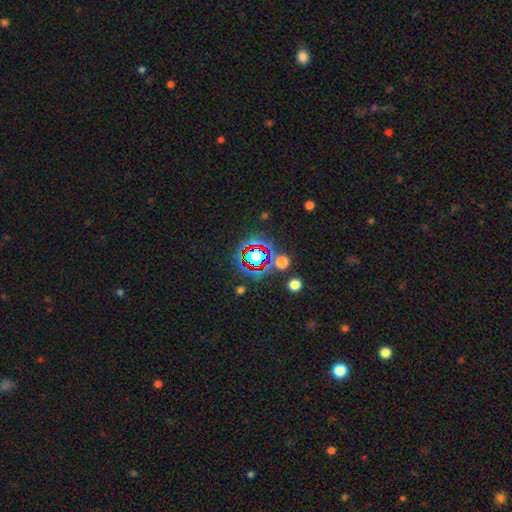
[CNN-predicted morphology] A star or artifact, not a galaxy (61%).

Vote fractions:
- Smooth or featured? star or artifact: 61% / smooth: 27% / featured or disk: 12%